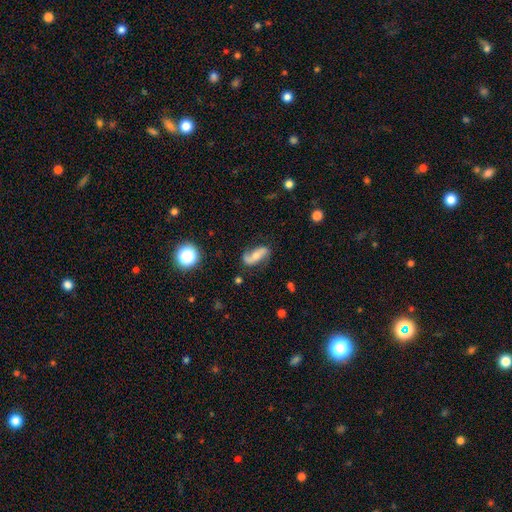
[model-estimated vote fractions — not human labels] Q: Smooth or featured?
A: featured or disk (71%); runner-up: smooth (21%)
Q: Edge-on disk?
A: no (92%); runner-up: yes (8%)
Q: Bar?
A: no (51%); runner-up: weak (27%)
Q: Spiral arms?
A: yes (91%); runner-up: no (9%)
Q: Spiral winding?
A: loose (62%); runner-up: medium (26%)
Q: Spiral arm count?
A: 2 (87%); runner-up: 1 (6%)
Q: Bulge size?
A: moderate (53%); runner-up: small (36%)
Q: Merging?
A: none (72%); runner-up: minor disturbance (18%)